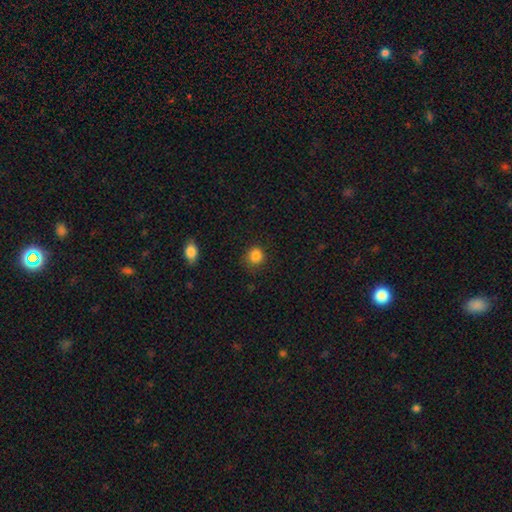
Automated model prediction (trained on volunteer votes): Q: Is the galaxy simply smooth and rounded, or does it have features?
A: smooth — 85%.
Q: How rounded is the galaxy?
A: round — 88%.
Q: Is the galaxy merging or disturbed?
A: none — 81%.